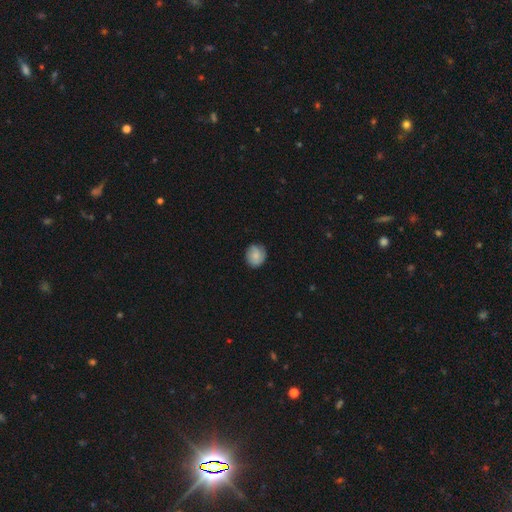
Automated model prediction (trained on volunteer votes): A smooth galaxy with no disk features (71%) that is round (83%).

Vote fractions:
- Smooth or featured? smooth: 71% / featured or disk: 21% / star or artifact: 8%
- How rounded? round: 83% / in between: 16% / cigar-shaped: 1%
- Merging? none: 81% / minor disturbance: 14% / major disturbance: 3% / merger: 1%